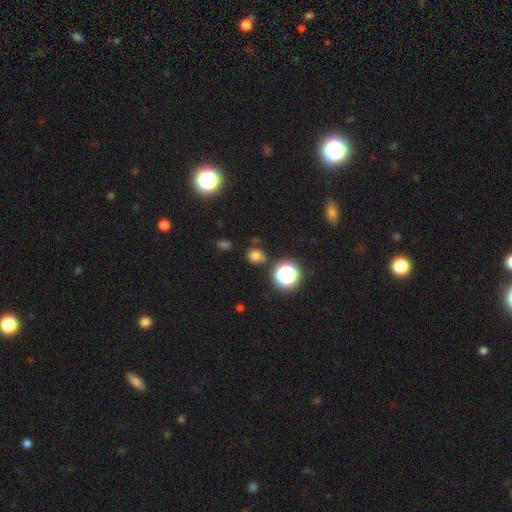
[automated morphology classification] smooth_or_featured: smooth (p=0.70) [alt: star or artifact p=0.23]
how_rounded: round (p=0.67) [alt: in between p=0.32]
merging: none (p=0.80) [alt: minor disturbance p=0.12]